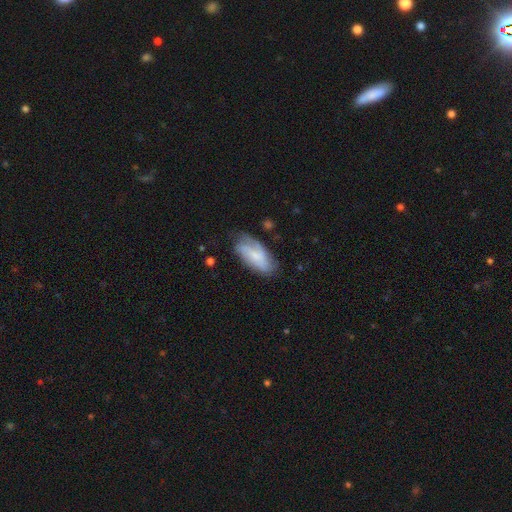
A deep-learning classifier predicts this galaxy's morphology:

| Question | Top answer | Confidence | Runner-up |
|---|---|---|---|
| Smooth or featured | smooth | 51% | featured or disk (42%) |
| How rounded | in between | 86% | cigar-shaped (12%) |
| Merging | none | 59% | minor disturbance (28%) |